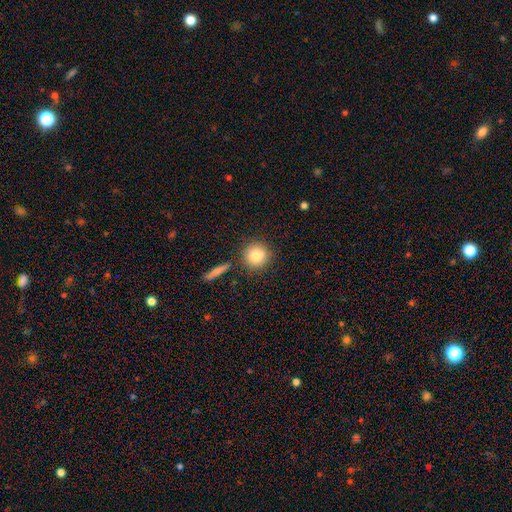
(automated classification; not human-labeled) Q: Smooth or featured?
A: smooth (81%); runner-up: featured or disk (10%)
Q: How rounded?
A: round (90%); runner-up: in between (8%)
Q: Merging?
A: none (80%); runner-up: minor disturbance (10%)